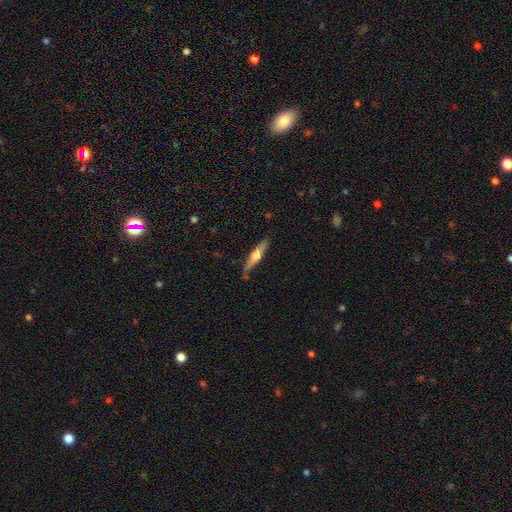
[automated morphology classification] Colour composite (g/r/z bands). It shows a featured or disk galaxy (60%) viewed edge-on (96%) with a rounded central bulge (91%). Merging: none (83%).